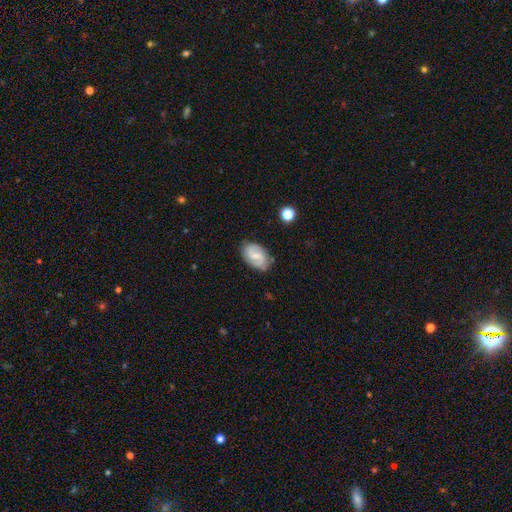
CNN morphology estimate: smooth_or_featured: featured or disk (p=0.66) [alt: smooth p=0.27]
disk_edge_on: no (p=0.97) [alt: yes p=0.03]
bar: weak (p=0.57) [alt: no p=0.29]
has_spiral_arms: yes (p=0.91) [alt: no p=0.09]
spiral_winding: medium (p=0.46) [alt: loose p=0.28]
spiral_arm_count: 2 (p=0.86) [alt: can't tell p=0.08]
bulge_size: small (p=0.52) [alt: moderate p=0.29]
merging: none (p=0.78) [alt: minor disturbance p=0.16]